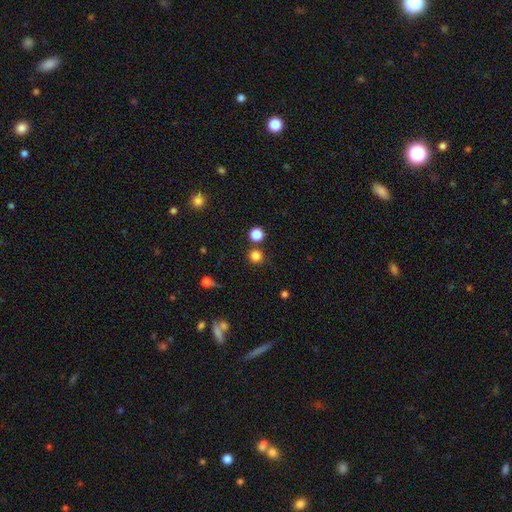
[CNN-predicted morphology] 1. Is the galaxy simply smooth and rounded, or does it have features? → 81% smooth, 15% star or artifact, 4% featured or disk.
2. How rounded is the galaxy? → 94% round, 5% in between, 1% cigar-shaped.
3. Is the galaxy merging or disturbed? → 82% none, 9% merger, 7% minor disturbance, 3% major disturbance.